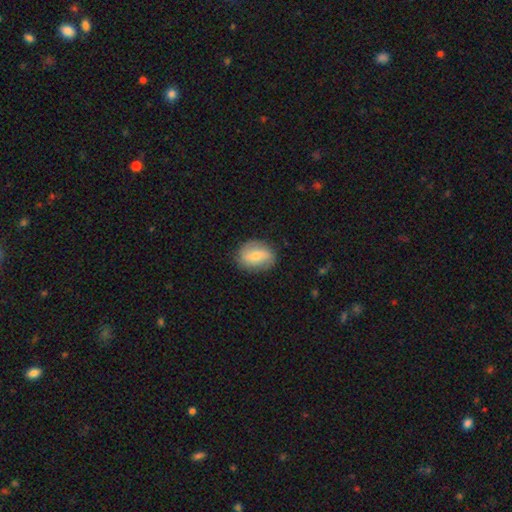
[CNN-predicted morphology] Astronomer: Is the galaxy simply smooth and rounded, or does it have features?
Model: smooth — 56% (runner-up: featured or disk, 37%).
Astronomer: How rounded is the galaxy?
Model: in between — 62%.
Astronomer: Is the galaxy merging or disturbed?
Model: none — 82%.